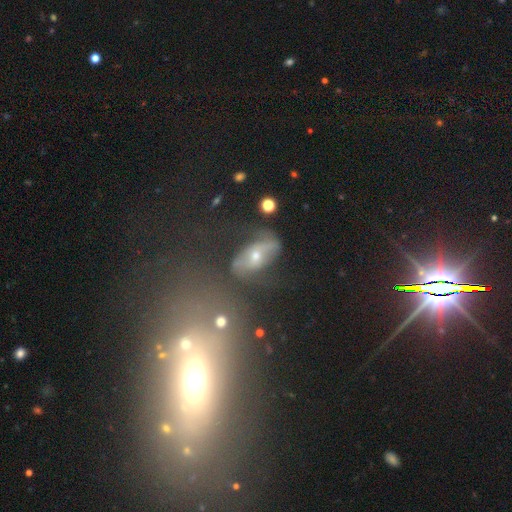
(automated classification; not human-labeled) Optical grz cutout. It shows a featured or disk galaxy (59%) with no bar (46%), spiral arms (66%) and a small central bulge (48%). Merging: none (51%).